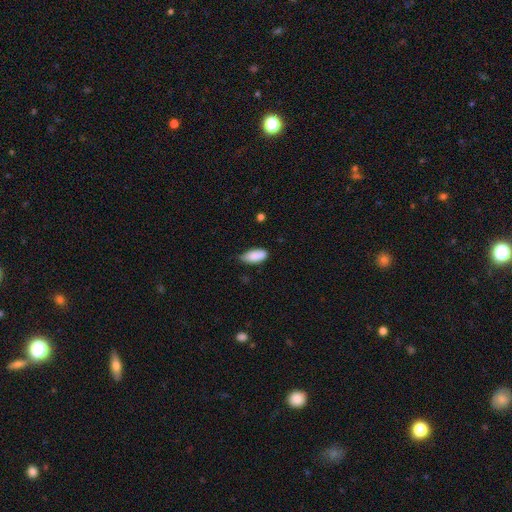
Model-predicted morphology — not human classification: Smooth or featured? smooth (87%)
How rounded? in between (88%)
Merging? none (56%)